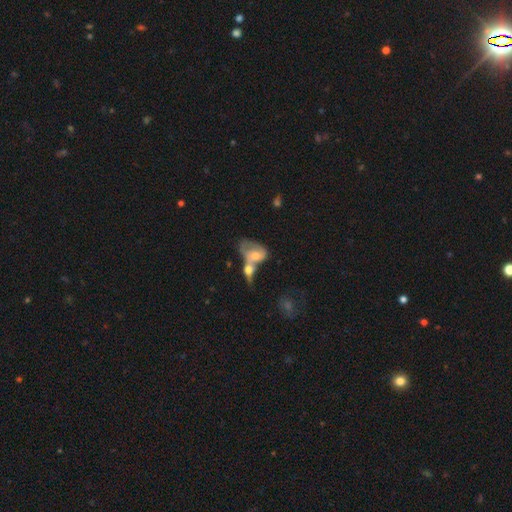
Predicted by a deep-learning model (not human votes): smooth-or-featured: smooth: 47% | featured or disk: 44% | star or artifact: 9%
  merging: merger: 64% | none: 14% | major disturbance: 13% | minor disturbance: 9%